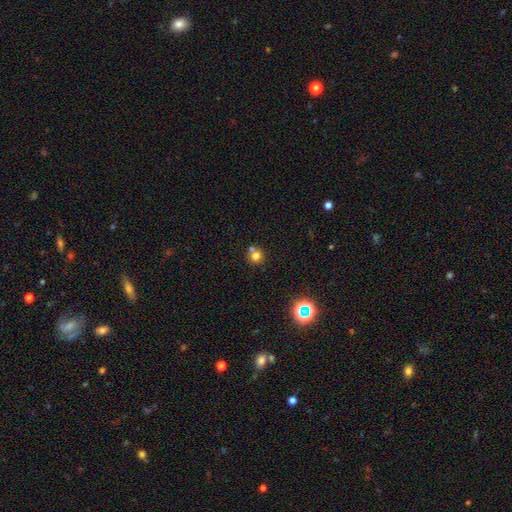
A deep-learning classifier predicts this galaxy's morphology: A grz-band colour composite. It shows a smooth galaxy with no disk features (74%) that is round (91%). Merging: none (58%).